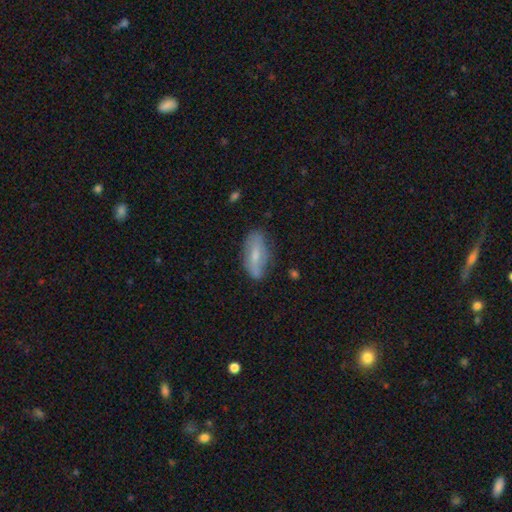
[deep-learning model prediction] Smooth or featured: smooth — 58% (featured or disk — 35%)
How rounded: in between — 84% (cigar-shaped — 13%)
Merging: none — 69% (minor disturbance — 23%)